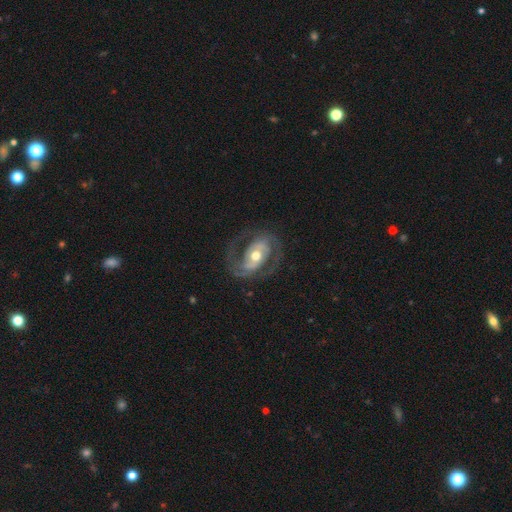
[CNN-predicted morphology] This is clearly a featured or disk galaxy (85%). It is clearly not viewed edge-on (96%). Bar: possibly no (45%). Spiral arm pattern: clearly yes (89%). Spiral arm count: clearly 2 (86%). Spiral winding: possibly medium (50%). Central bulge: likely moderate (74%). Merging: likely none (72%).